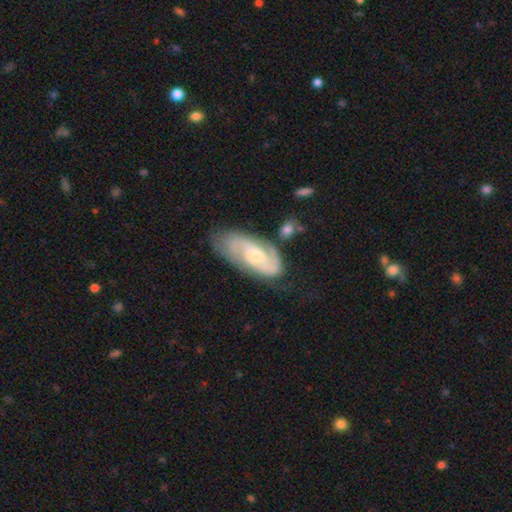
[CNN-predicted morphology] smooth-or-featured: featured or disk: 79% | smooth: 16% | star or artifact: 5%
  disk-edge-on: no: 94% | yes: 6%
    bar: no: 55% | weak: 37% | strong: 8%
    has-spiral-arms: yes: 94% | no: 6%
      spiral-winding: tight: 45% | medium: 42% | loose: 13%
      spiral-arm-count: 2: 68% | can't tell: 16% | 3: 8% | 1: 4% | 4: 2% | more than 4: 2%
    bulge-size: moderate: 51% | small: 41% | large: 4% | none: 3% | dominant: 1%
  merging: none: 61% | minor disturbance: 23% | major disturbance: 9% | merger: 7%